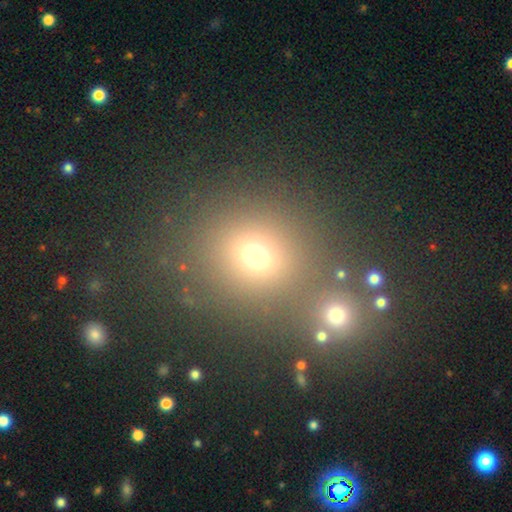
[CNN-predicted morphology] smooth_or_featured: smooth (p=0.64) [alt: star or artifact p=0.27]
how_rounded: round (p=0.79) [alt: in between p=0.20]
merging: none (p=0.67) [alt: merger p=0.21]